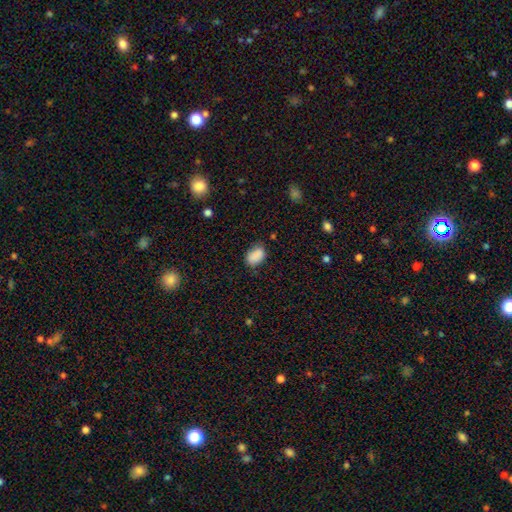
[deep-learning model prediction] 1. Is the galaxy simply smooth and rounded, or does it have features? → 88% smooth, 8% star or artifact, 4% featured or disk.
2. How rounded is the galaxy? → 88% in between, 10% round, 1% cigar-shaped.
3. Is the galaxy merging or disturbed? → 73% none, 21% minor disturbance, 4% major disturbance, 2% merger.